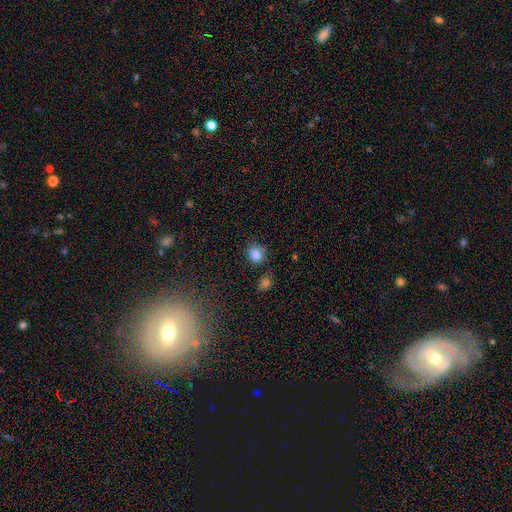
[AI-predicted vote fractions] Morphology: type=smooth (83%); roundness=round (74%); merging=none (73%).